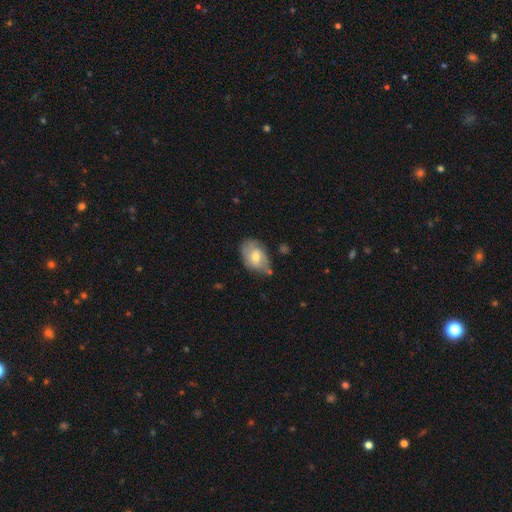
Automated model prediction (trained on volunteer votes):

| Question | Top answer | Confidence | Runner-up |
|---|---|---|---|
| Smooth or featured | smooth | 49% | featured or disk (43%) |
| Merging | none | 54% | minor disturbance (33%) |